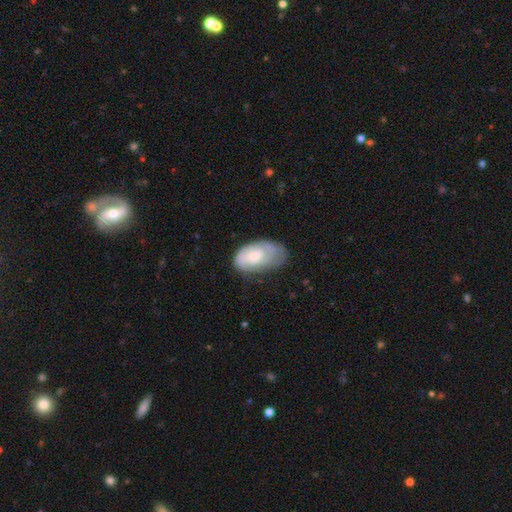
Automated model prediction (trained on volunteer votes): smooth_or_featured: smooth (p=0.56) [alt: featured or disk p=0.38]
how_rounded: in between (p=0.93) [alt: round p=0.05]
merging: none (p=0.45) [alt: minor disturbance p=0.35]